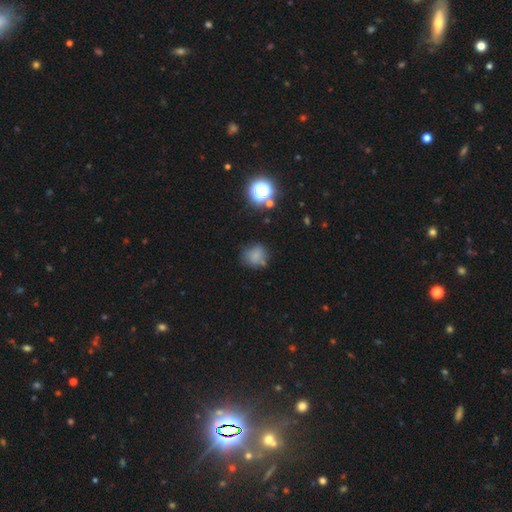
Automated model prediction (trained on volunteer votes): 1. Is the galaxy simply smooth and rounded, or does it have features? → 75% smooth, 16% star or artifact, 9% featured or disk.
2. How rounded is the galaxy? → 75% round, 24% in between, 1% cigar-shaped.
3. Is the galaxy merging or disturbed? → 66% none, 21% minor disturbance, 7% major disturbance, 7% merger.